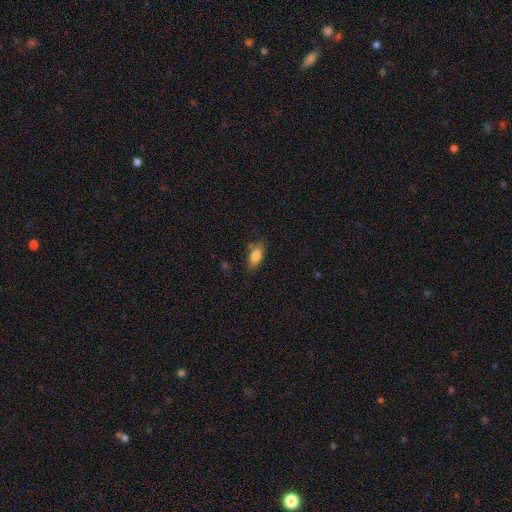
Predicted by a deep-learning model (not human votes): The model was most divided on "merging": none: 75%, minor disturbance: 18%, major disturbance: 4%, merger: 3%. More confident: how rounded — in between (83%); smooth or featured — smooth (82%).